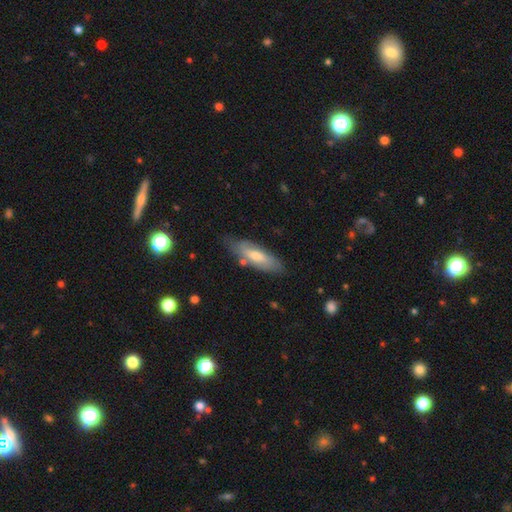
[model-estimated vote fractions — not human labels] Smooth or featured? Predicted: smooth (p=0.54). How rounded? Predicted: in between (p=0.56). Merging? Predicted: none (p=0.74).